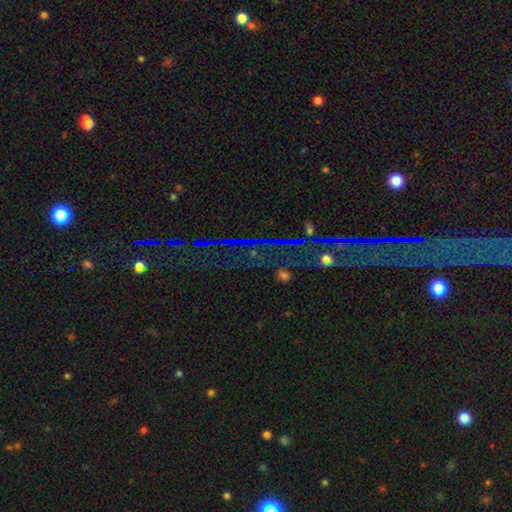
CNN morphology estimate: Q: Smooth or featured?
A: star or artifact (83%); runner-up: featured or disk (9%)